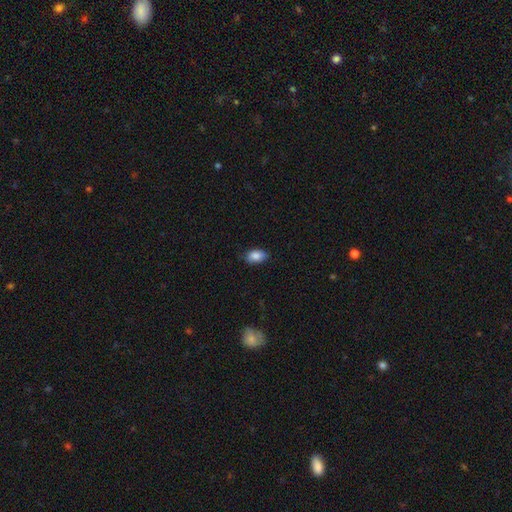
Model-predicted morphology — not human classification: Q: Smooth or featured?
A: smooth (86%); runner-up: star or artifact (8%)
Q: How rounded?
A: in between (90%); runner-up: round (8%)
Q: Merging?
A: none (82%); runner-up: minor disturbance (15%)